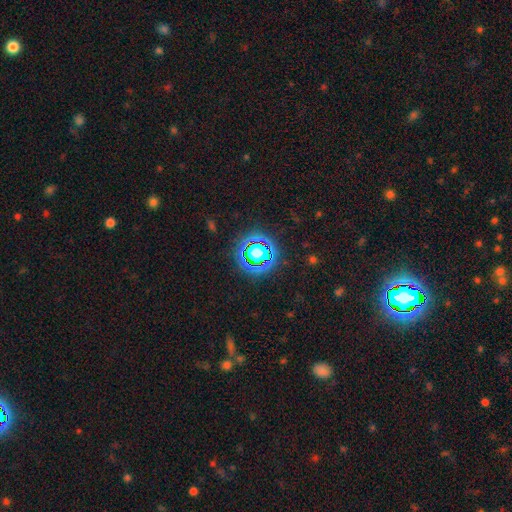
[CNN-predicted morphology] Smooth or featured? Predicted: star or artifact (p=0.78).